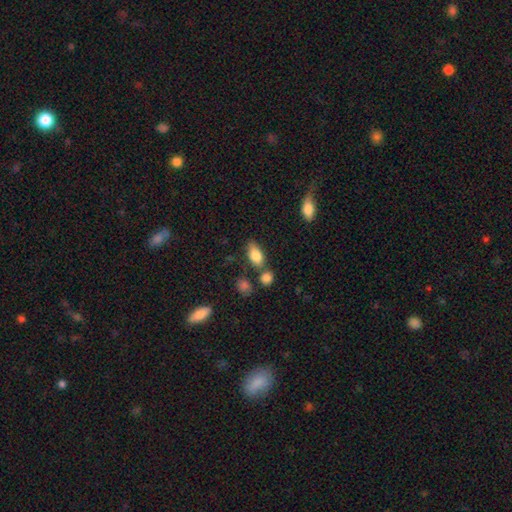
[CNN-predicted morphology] type=smooth (81%); roundness=in between (88%); merging=none (66%).